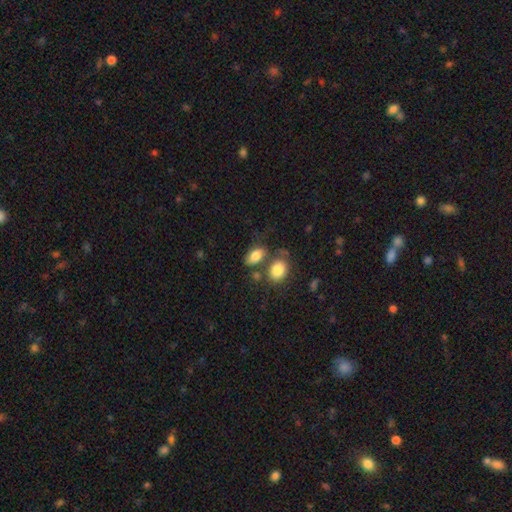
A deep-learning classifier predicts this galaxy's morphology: type=smooth (82%); roundness=in between (89%); merging=none (52%).